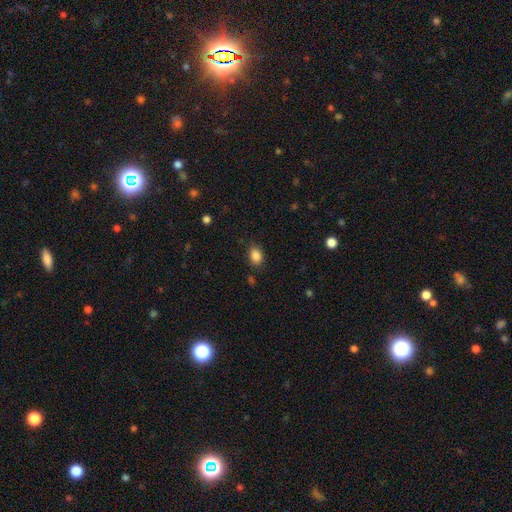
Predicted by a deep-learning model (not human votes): Smooth or featured? smooth (86%)
How rounded? in between (77%)
Merging? none (81%)